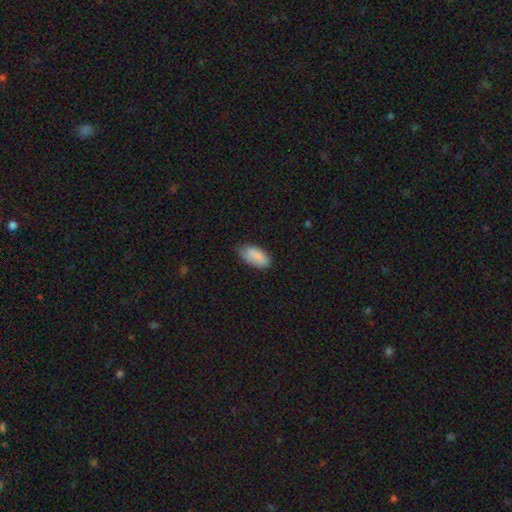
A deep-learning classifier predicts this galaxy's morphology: Smooth or featured? Predicted: smooth (p=0.85). How rounded? Predicted: in between (p=0.92). Merging? Predicted: none (p=0.61).